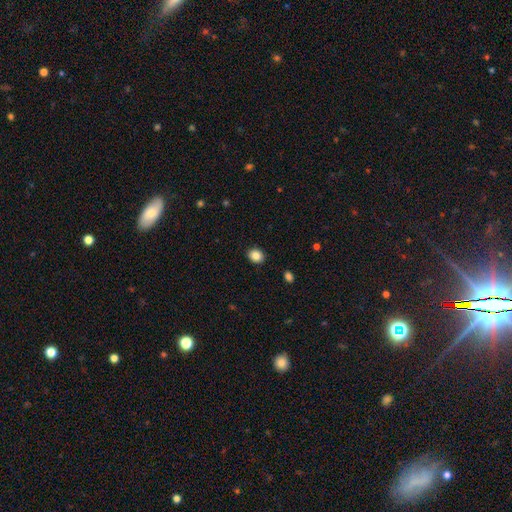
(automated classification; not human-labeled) Q: Smooth or featured?
A: smooth (86%); runner-up: star or artifact (9%)
Q: How rounded?
A: round (55%); runner-up: in between (44%)
Q: Merging?
A: none (90%); runner-up: minor disturbance (7%)